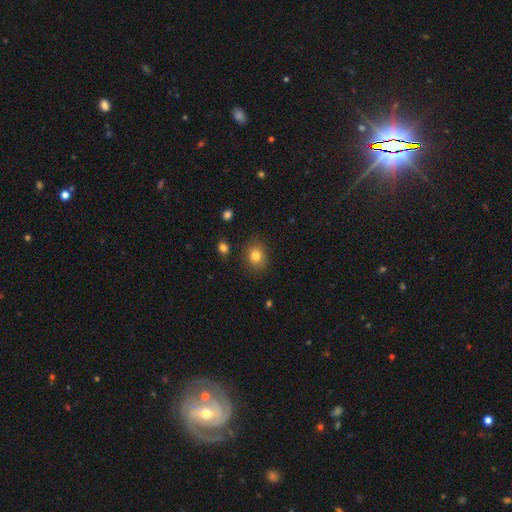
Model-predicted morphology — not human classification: Smooth or featured?
  - smooth: 80% *
  - star or artifact: 11%
  - featured or disk: 9%
How rounded?
  - round: 59% *
  - in between: 40%
  - cigar-shaped: 1%
Merging?
  - none: 85% *
  - minor disturbance: 10%
  - major disturbance: 3%
  - merger: 2%